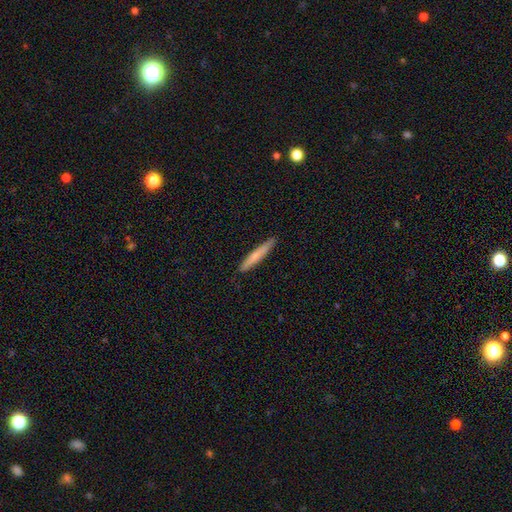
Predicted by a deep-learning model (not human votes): This appears to be a smooth galaxy with no disk features (70%) that is cigar-shaped (95%). Merging: none (88%).